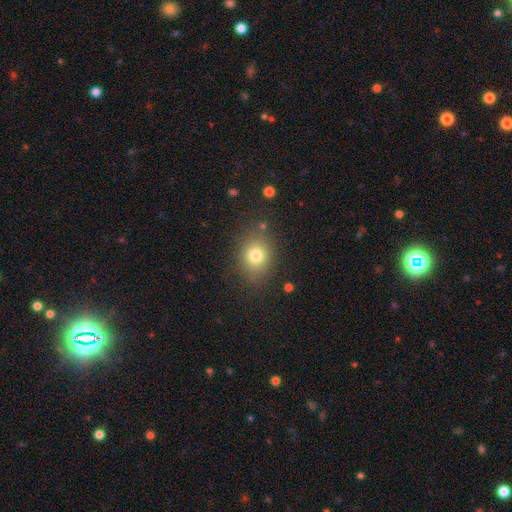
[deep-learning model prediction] smooth-or-featured: smooth: 77% | star or artifact: 13% | featured or disk: 10%
  how-rounded: round: 56% | in between: 43% | cigar-shaped: 1%
  merging: none: 82% | minor disturbance: 11% | major disturbance: 4% | merger: 2%